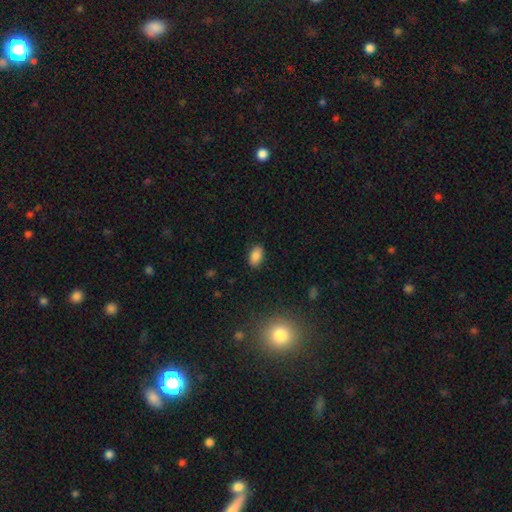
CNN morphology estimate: The model was most divided on "smooth or featured": smooth: 86%, star or artifact: 9%, featured or disk: 5%. More confident: how rounded — in between (92%); merging — none (87%).